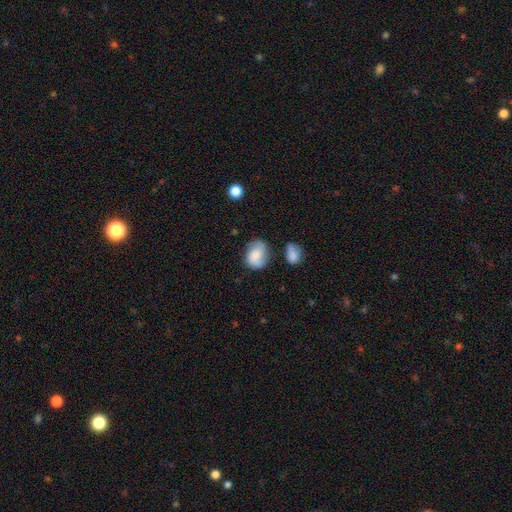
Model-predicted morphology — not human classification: Smooth or featured: smooth — 67% (featured or disk — 25%)
How rounded: in between — 60% (round — 39%)
Merging: none — 55% (minor disturbance — 28%)